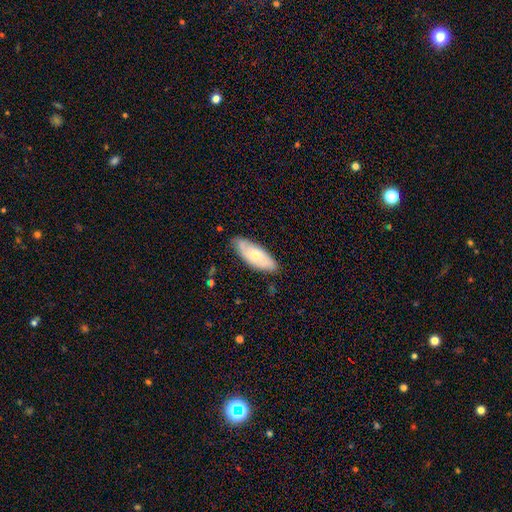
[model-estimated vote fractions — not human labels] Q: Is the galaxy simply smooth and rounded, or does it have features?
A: smooth — 54%.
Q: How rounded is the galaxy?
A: in between — 79%.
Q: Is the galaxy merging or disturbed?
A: none — 78%.